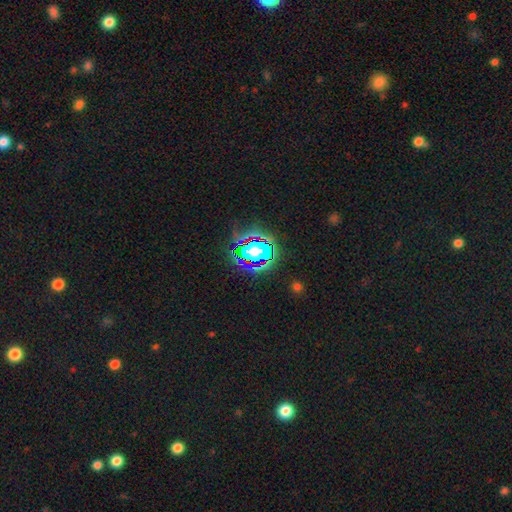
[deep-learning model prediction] Smooth or featured? star or artifact (80%)